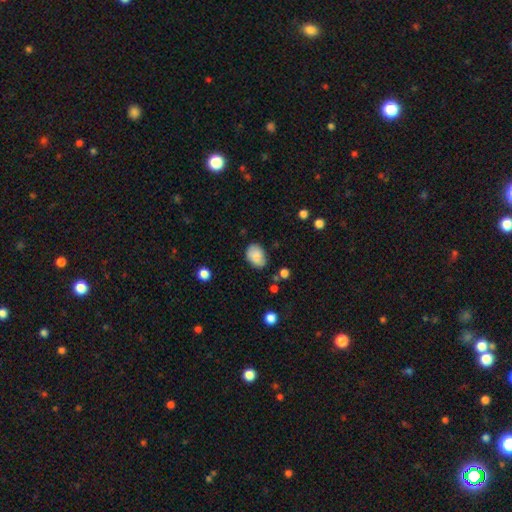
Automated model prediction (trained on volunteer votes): Smooth or featured?
  - smooth: 84% *
  - featured or disk: 8%
  - star or artifact: 8%
How rounded?
  - in between: 78% *
  - round: 21%
  - cigar-shaped: 1%
Merging?
  - none: 70% *
  - minor disturbance: 23%
  - major disturbance: 5%
  - merger: 3%